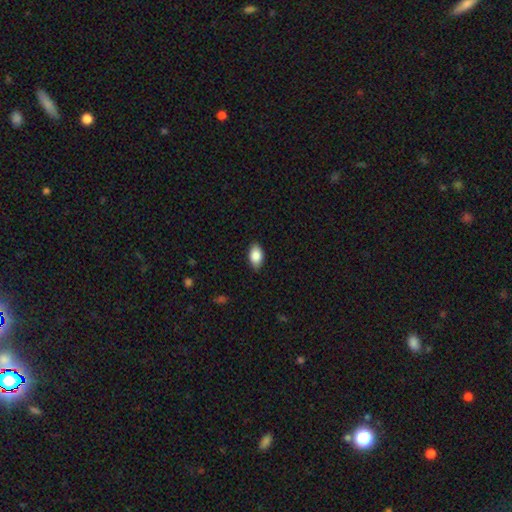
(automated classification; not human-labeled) Smooth or featured? smooth (87%)
How rounded? in between (93%)
Merging? none (87%)